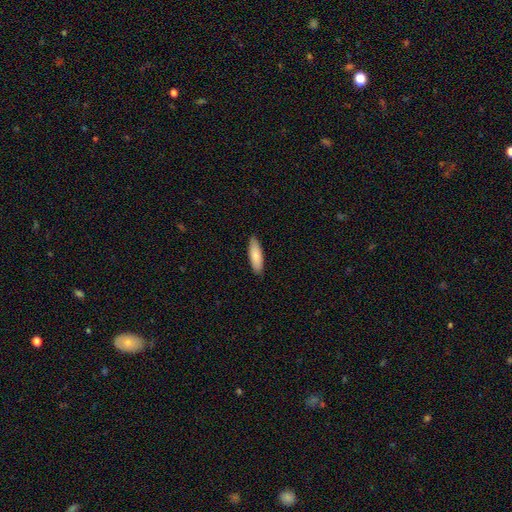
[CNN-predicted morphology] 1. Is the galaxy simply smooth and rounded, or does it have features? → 82% smooth, 13% featured or disk, 5% star or artifact.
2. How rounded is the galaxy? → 52% cigar-shaped, 46% in between, 2% round.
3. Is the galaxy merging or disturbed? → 88% none, 9% minor disturbance, 2% major disturbance, 1% merger.